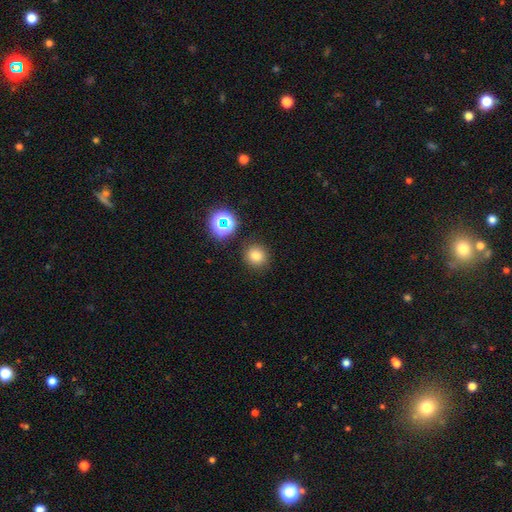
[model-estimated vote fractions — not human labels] smooth 75%, star or artifact 18%, featured or disk 7%. Down the decision tree: how rounded — round (90%); merging — none (88%).